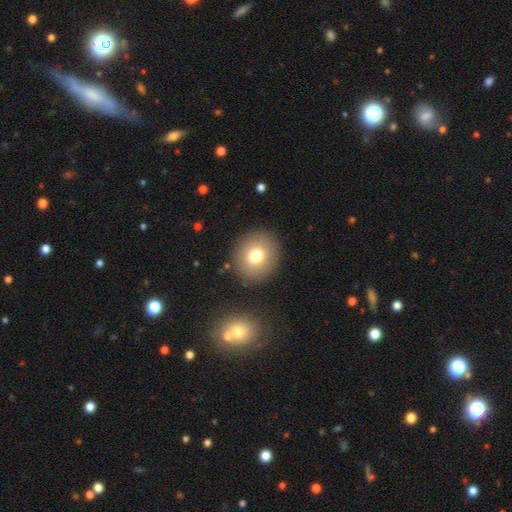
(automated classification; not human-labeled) Smooth or featured: smooth — 75% (featured or disk — 14%)
How rounded: round — 83% (in between — 16%)
Merging: none — 88% (minor disturbance — 7%)